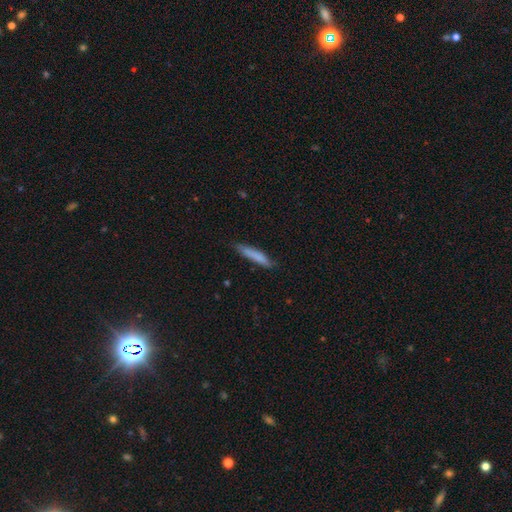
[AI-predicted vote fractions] Smooth or featured? smooth (78%)
How rounded? cigar-shaped (92%)
Merging? none (78%)